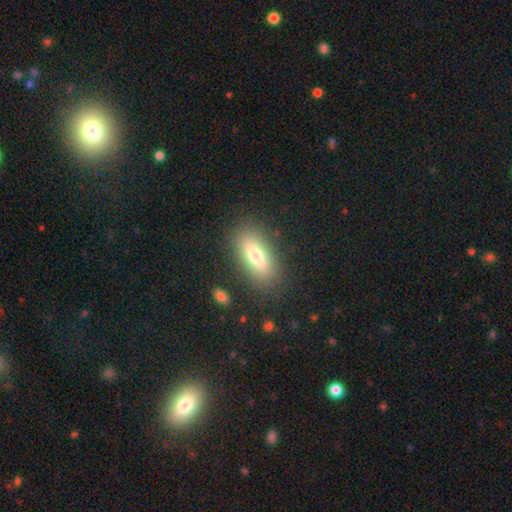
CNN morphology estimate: Smooth or featured? Predicted: smooth (p=0.68). How rounded? Predicted: in between (p=0.70). Merging? Predicted: none (p=0.85).